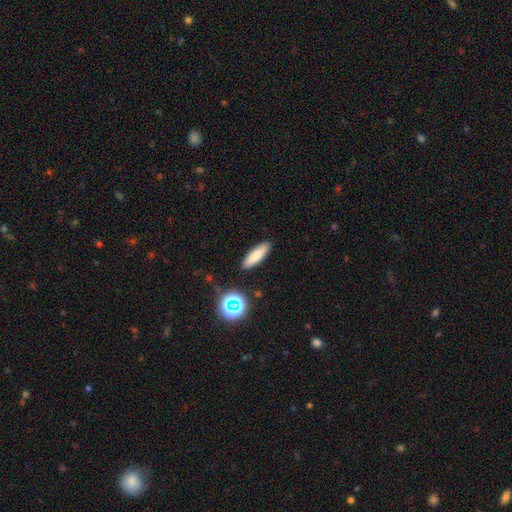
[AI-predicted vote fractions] Overall: smooth (79%). How rounded: cigar-shaped (61%; in between 37%). Merging: none (89%).